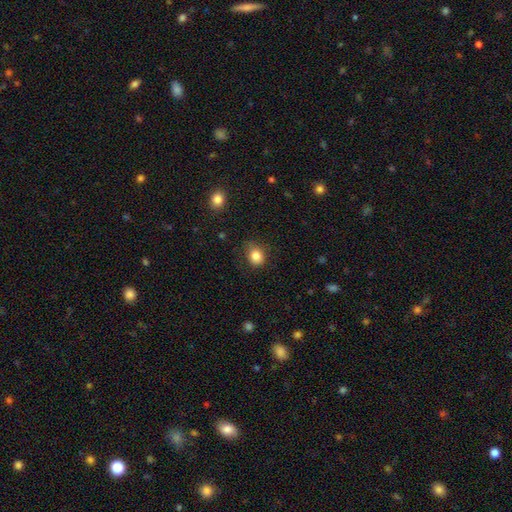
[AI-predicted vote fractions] Overall: smooth (83%). How rounded: round (67%; in between 32%). Merging: none (72%).